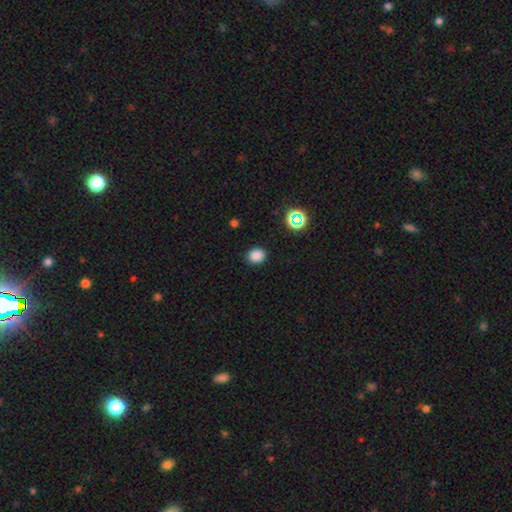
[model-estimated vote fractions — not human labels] Smooth or featured: smooth — 83% (star or artifact — 14%)
How rounded: round — 68% (in between — 31%)
Merging: none — 88% (minor disturbance — 8%)